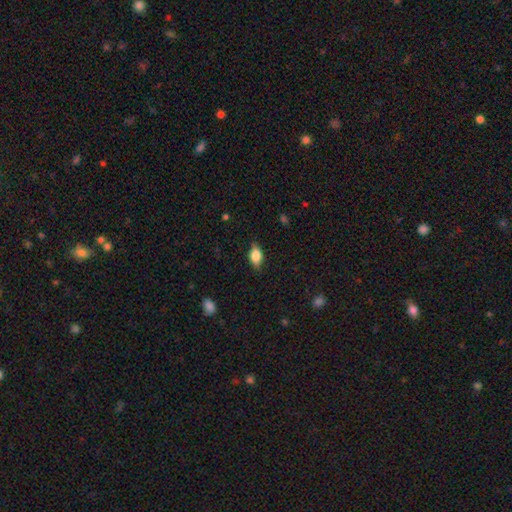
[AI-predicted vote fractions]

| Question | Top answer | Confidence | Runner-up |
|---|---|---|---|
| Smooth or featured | smooth | 78% | featured or disk (14%) |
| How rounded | in between | 85% | round (10%) |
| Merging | none | 80% | minor disturbance (16%) |